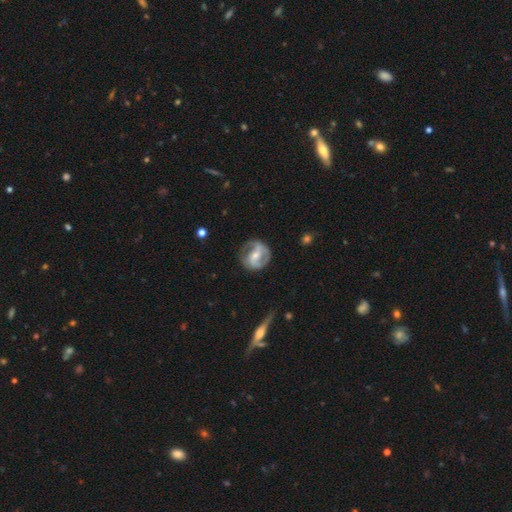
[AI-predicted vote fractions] A featured or disk galaxy (76%) with a weak bar (42%), 2 (81%) medium (46%) spiral arms (88%) and a moderate central bulge (52%).

Vote fractions:
- Smooth or featured? featured or disk: 76% / smooth: 19% / star or artifact: 5%
- Edge-on disk? no: 97% / yes: 3%
- Bar? weak: 42% / strong: 31% / no: 27%
- Spiral arms? yes: 88% / no: 12%
- Spiral winding? medium: 46% / tight: 31% / loose: 23%
- Spiral arm count? 2: 81% / can't tell: 9% / 1: 6% / 3: 2% / 4: 1% / more than 4: 1%
- Bulge size? moderate: 52% / small: 40% / large: 4% / none: 4% / dominant: 1%
- Merging? none: 67% / minor disturbance: 20% / major disturbance: 10% / merger: 2%